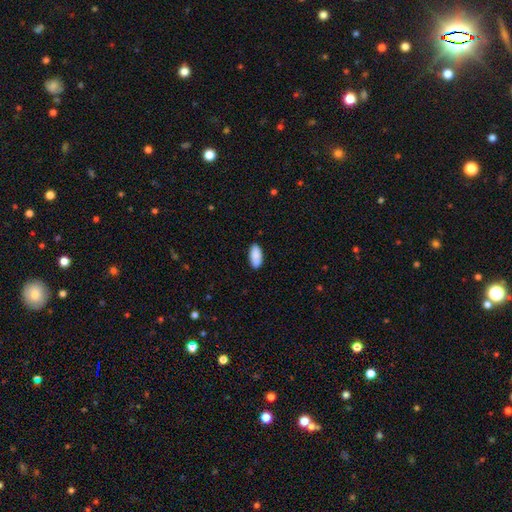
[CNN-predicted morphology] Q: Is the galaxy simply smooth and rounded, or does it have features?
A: smooth — 90%.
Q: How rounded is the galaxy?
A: in between — 92%.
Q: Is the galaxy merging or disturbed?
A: none — 87%.